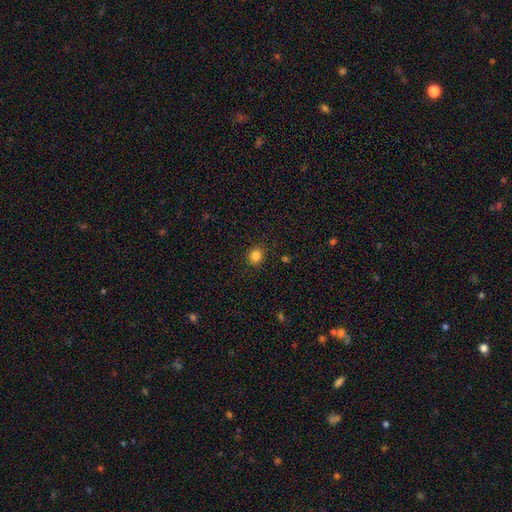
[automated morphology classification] Q: Smooth or featured?
A: smooth (84%); runner-up: star or artifact (12%)
Q: How rounded?
A: round (81%); runner-up: in between (18%)
Q: Merging?
A: none (89%); runner-up: minor disturbance (8%)